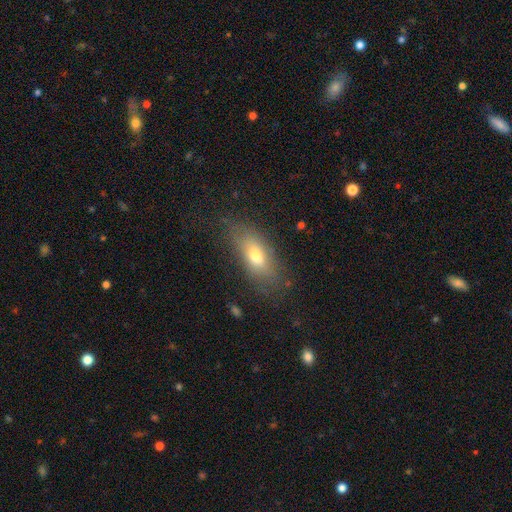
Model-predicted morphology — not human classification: Smooth or featured: smooth — 68% (featured or disk — 22%)
How rounded: in between — 77% (cigar-shaped — 17%)
Merging: none — 71% (minor disturbance — 19%)